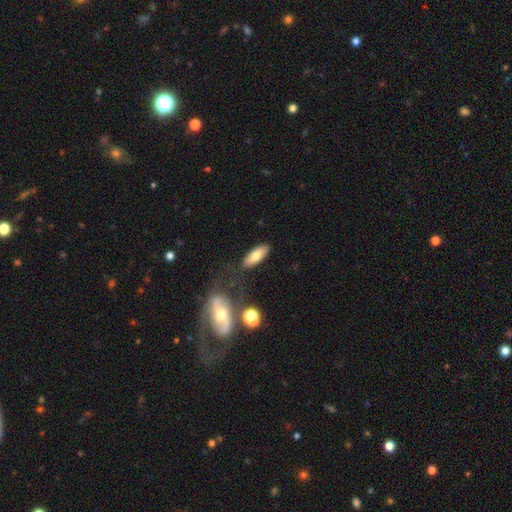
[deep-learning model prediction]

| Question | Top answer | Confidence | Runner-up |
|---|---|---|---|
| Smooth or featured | smooth | 73% | featured or disk (20%) |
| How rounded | in between | 70% | cigar-shaped (27%) |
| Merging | none | 79% | minor disturbance (13%) |